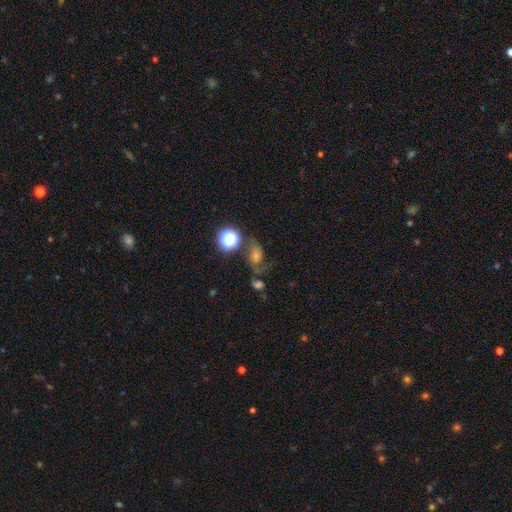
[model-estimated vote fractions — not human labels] Q: Smooth or featured?
A: featured or disk (46%); runner-up: star or artifact (30%)
Q: Merging?
A: none (58%); runner-up: minor disturbance (15%)